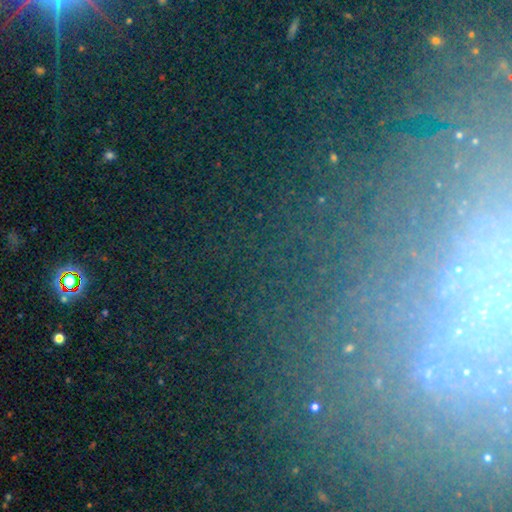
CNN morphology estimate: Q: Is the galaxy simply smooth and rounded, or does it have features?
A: star or artifact — 56%.